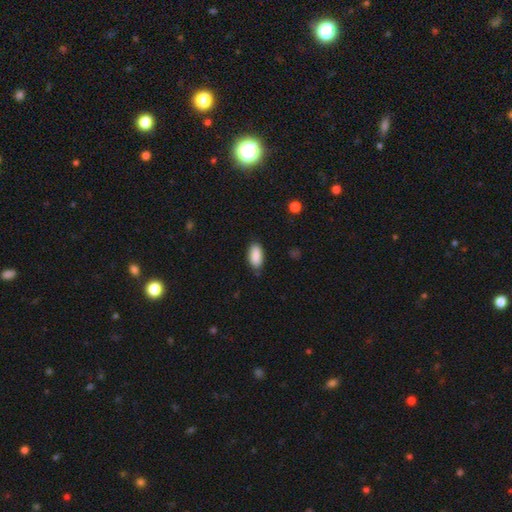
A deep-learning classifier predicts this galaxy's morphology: Smooth or featured: smooth — 89% (star or artifact — 7%)
How rounded: in between — 92% (cigar-shaped — 6%)
Merging: none — 80% (minor disturbance — 15%)